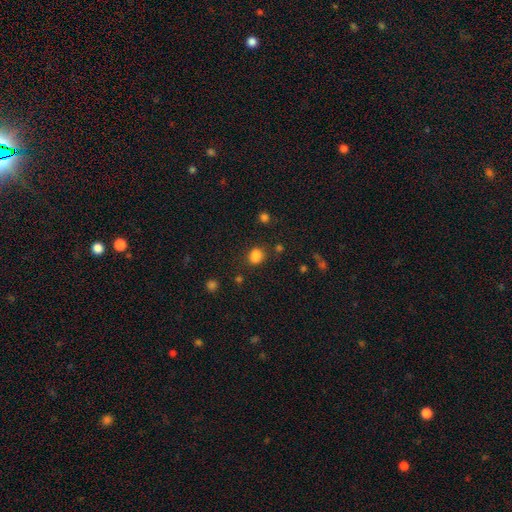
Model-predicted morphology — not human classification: Smooth or featured?
  - smooth: 83% *
  - star or artifact: 13%
  - featured or disk: 4%
How rounded?
  - round: 52% *
  - in between: 47%
  - cigar-shaped: 1%
Merging?
  - none: 76% *
  - minor disturbance: 14%
  - major disturbance: 5%
  - merger: 4%